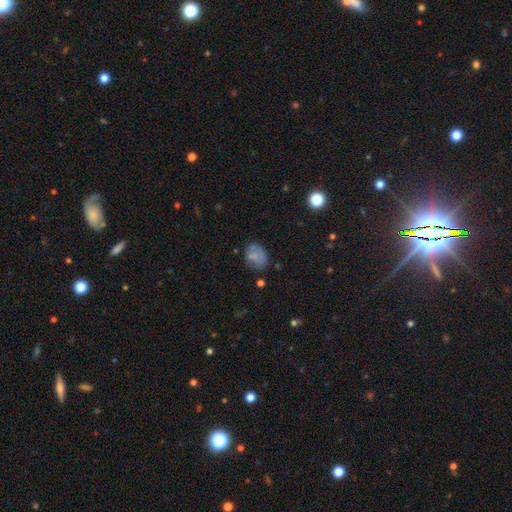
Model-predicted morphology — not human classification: This is likely a smooth galaxy (72%). How rounded: possibly in between (56%). Merging: likely none (61%).